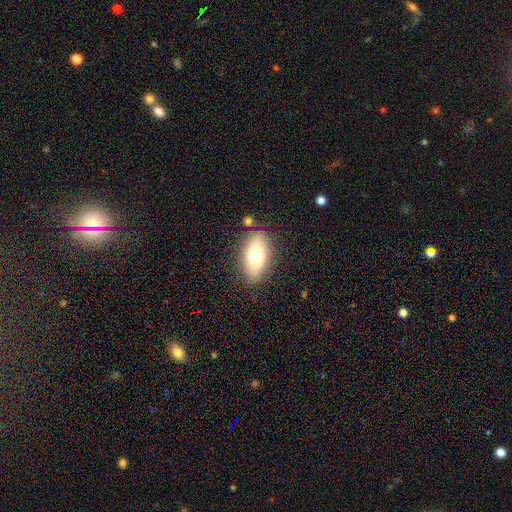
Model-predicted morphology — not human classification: smooth-or-featured: smooth: 72% | featured or disk: 20% | star or artifact: 8%
  how-rounded: in between: 88% | cigar-shaped: 6% | round: 5%
  merging: none: 80% | minor disturbance: 12% | merger: 4% | major disturbance: 3%